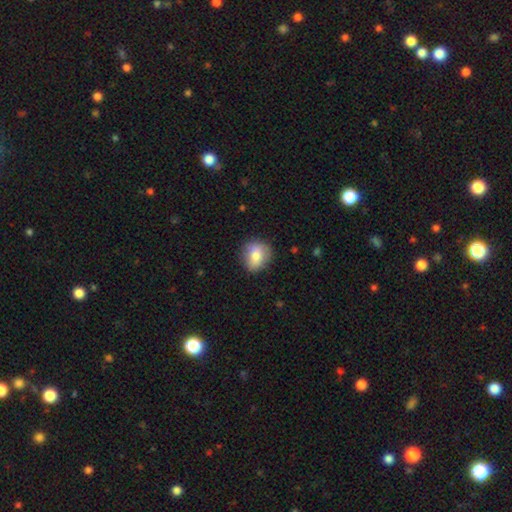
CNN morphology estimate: Smooth or featured: smooth — 75% (featured or disk — 17%)
How rounded: round — 73% (in between — 26%)
Merging: none — 82% (minor disturbance — 13%)